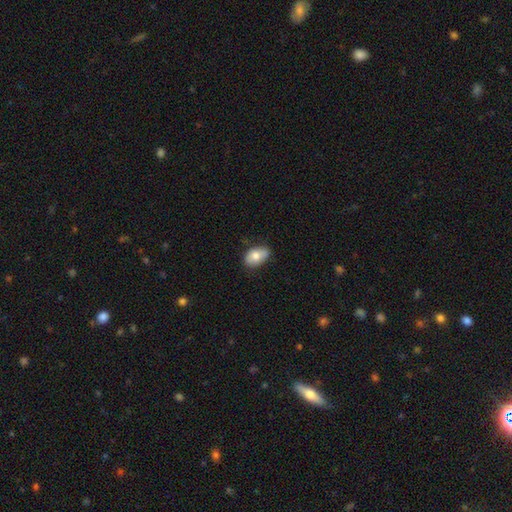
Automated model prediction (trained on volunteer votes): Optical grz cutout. It shows a smooth galaxy with no disk features (78%) that is in between round and cigar-shaped (88%). Merging: none (73%).